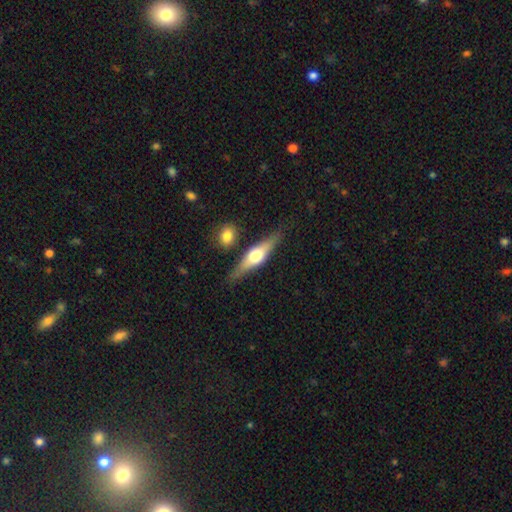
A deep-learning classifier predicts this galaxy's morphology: A featured or disk galaxy (61%) viewed edge-on (94%) with a rounded central bulge (91%). Merging: none (78%).